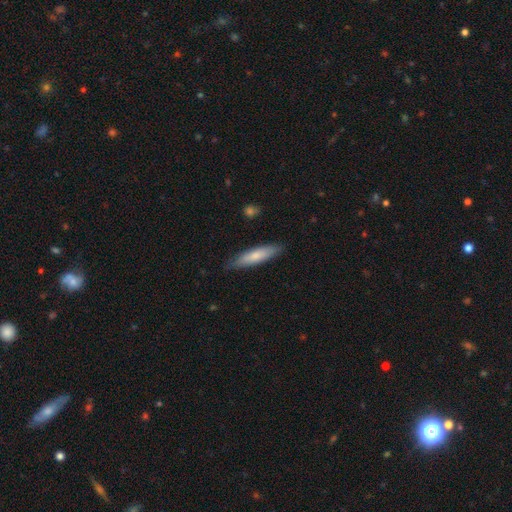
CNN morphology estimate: smooth_or_featured: smooth (p=0.74) [alt: featured or disk p=0.21]
how_rounded: cigar-shaped (p=0.77) [alt: in between p=0.21]
merging: none (p=0.85) [alt: minor disturbance p=0.12]